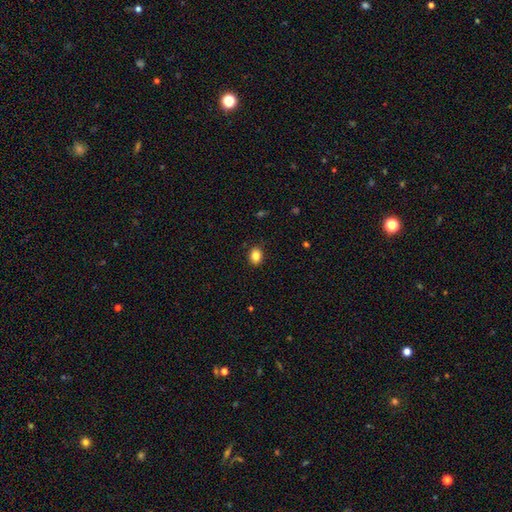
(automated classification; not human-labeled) smooth 85%, star or artifact 10%, featured or disk 5%. Down the decision tree: how rounded — in between (57%); merging — none (88%).